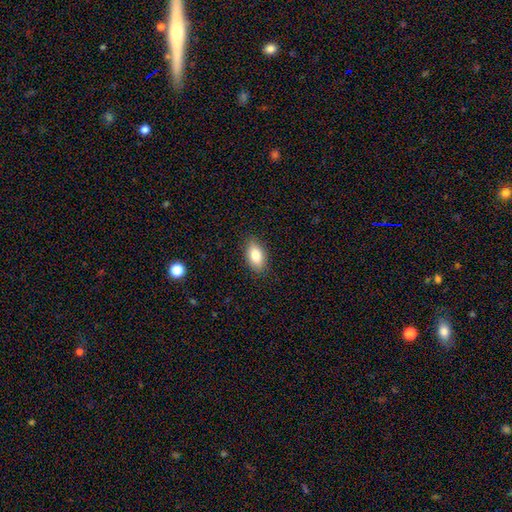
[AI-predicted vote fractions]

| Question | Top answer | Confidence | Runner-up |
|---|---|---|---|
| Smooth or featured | smooth | 82% | featured or disk (11%) |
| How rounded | in between | 90% | cigar-shaped (5%) |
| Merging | none | 87% | minor disturbance (10%) |